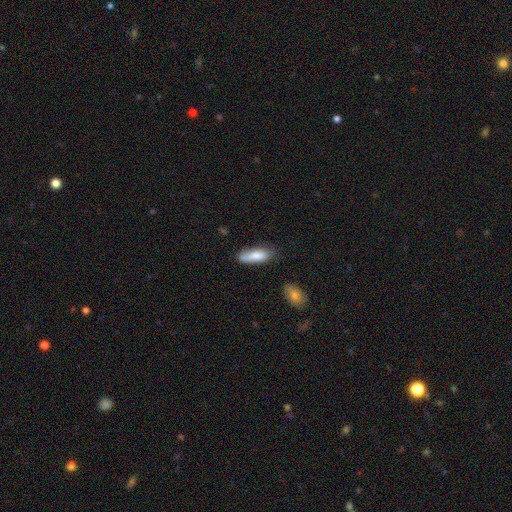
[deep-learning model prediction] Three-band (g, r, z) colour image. It shows a smooth galaxy with no disk features (79%) that is in between round and cigar-shaped (61%). Merging: none (61%).